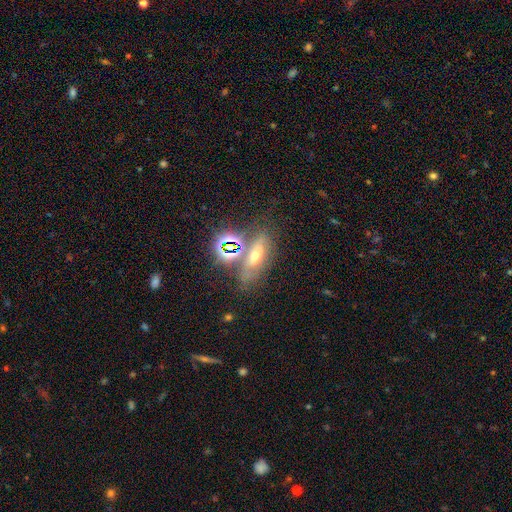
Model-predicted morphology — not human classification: Smooth or featured: smooth — 39% (star or artifact — 34%)
Merging: none — 63% (merger — 15%)